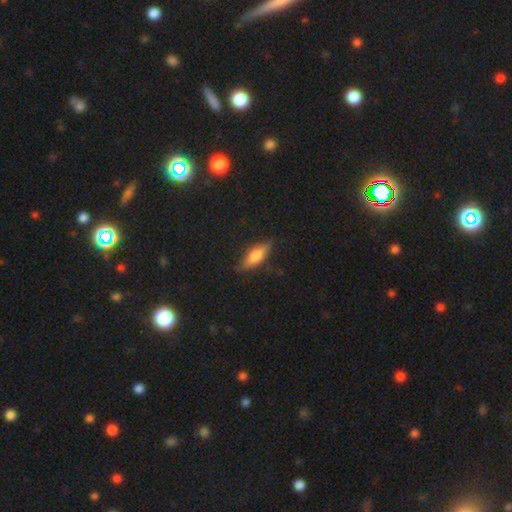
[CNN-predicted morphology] This appears to be a smooth galaxy with no disk features (63%) that is in between round and cigar-shaped (62%). Merging: none (77%).